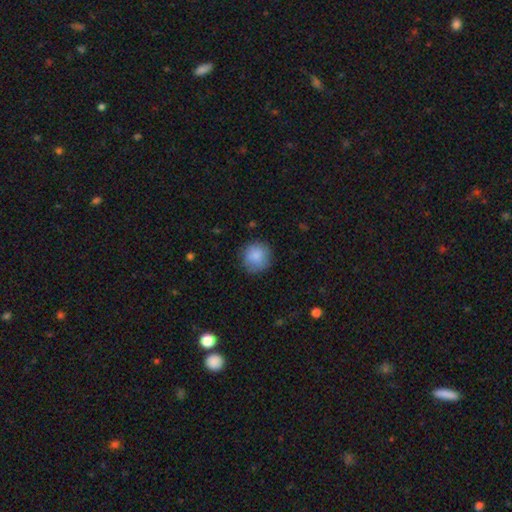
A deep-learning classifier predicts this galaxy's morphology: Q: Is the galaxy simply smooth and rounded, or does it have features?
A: smooth — 85%.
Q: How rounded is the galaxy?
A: round — 93%.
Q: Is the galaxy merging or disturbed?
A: none — 82%.